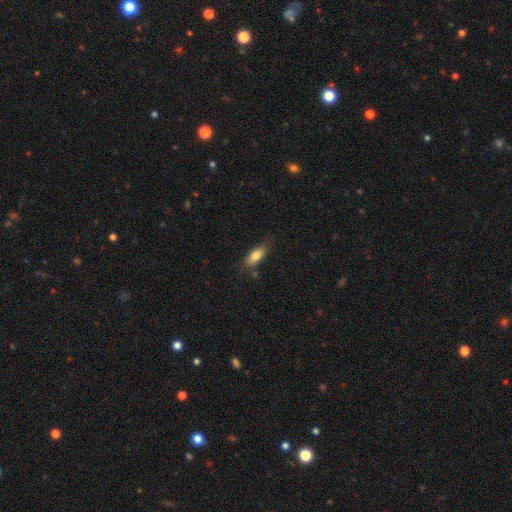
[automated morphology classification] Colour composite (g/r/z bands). It shows a smooth galaxy with no disk features (78%) that is in between round and cigar-shaped (77%). Merging: none (74%).